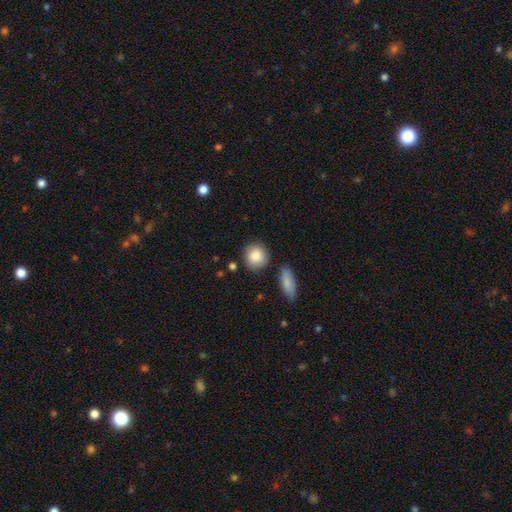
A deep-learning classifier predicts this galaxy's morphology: Q: Smooth or featured?
A: smooth (86%); runner-up: featured or disk (7%)
Q: How rounded?
A: round (84%); runner-up: in between (14%)
Q: Merging?
A: none (80%); runner-up: minor disturbance (12%)